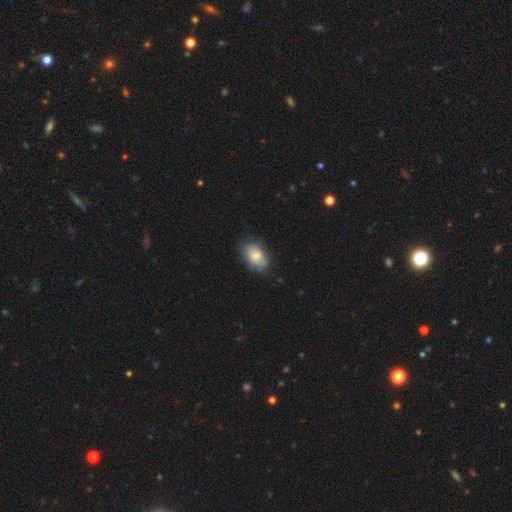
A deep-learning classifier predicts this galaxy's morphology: smooth 73%, featured or disk 20%, star or artifact 7%. Down the decision tree: how rounded — in between (87%); merging — none (73%).